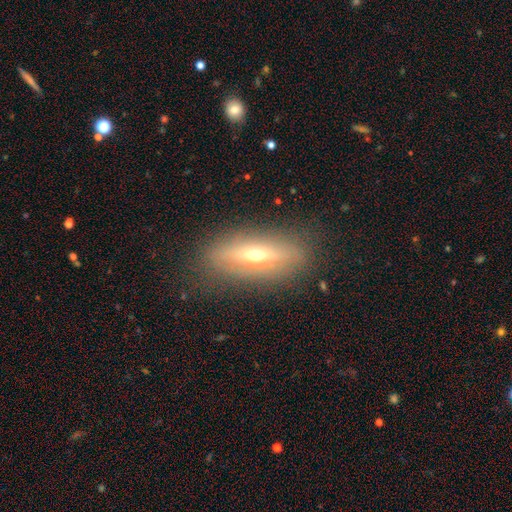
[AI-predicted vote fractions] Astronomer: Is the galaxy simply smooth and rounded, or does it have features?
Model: featured or disk — 58% (runner-up: smooth, 33%).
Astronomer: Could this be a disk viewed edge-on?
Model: yes — 76%.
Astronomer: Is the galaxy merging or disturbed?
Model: none — 84%.